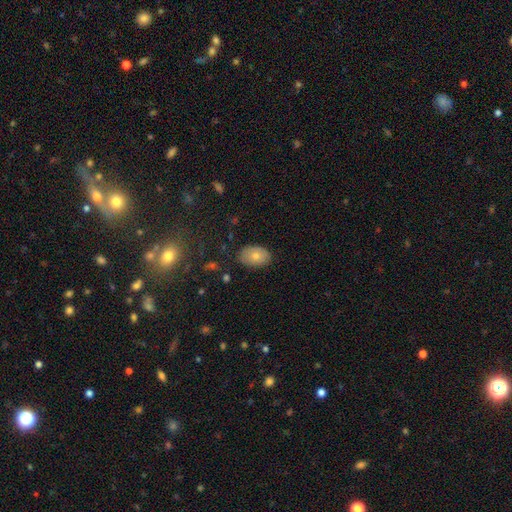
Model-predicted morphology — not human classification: smooth_or_featured: smooth (p=0.76) [alt: featured or disk p=0.16]
how_rounded: in between (p=0.85) [alt: round p=0.14]
merging: none (p=0.81) [alt: minor disturbance p=0.15]